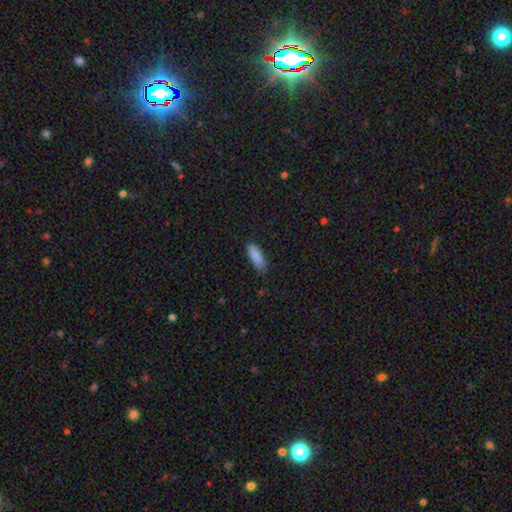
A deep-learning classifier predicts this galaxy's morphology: Smooth or featured? smooth (88%)
How rounded? in between (53%)
Merging? none (81%)